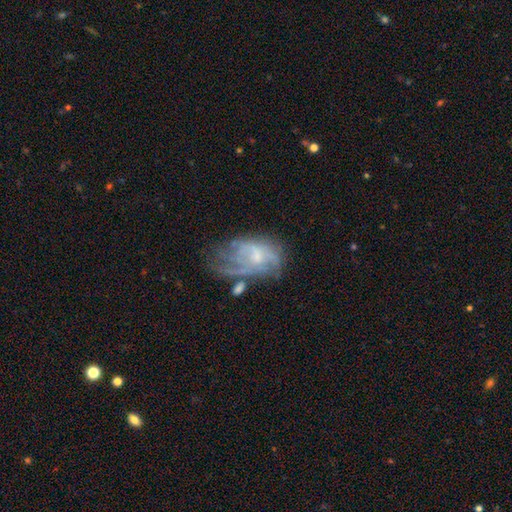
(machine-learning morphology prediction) Smooth or featured? Predicted: featured or disk (p=0.63). Edge-on disk? Predicted: no (p=0.96). Bar? Predicted: no (p=0.65). Spiral arms? Predicted: yes (p=0.59). Bulge size? Predicted: small (p=0.48). Merging? Predicted: major disturbance (p=0.38).